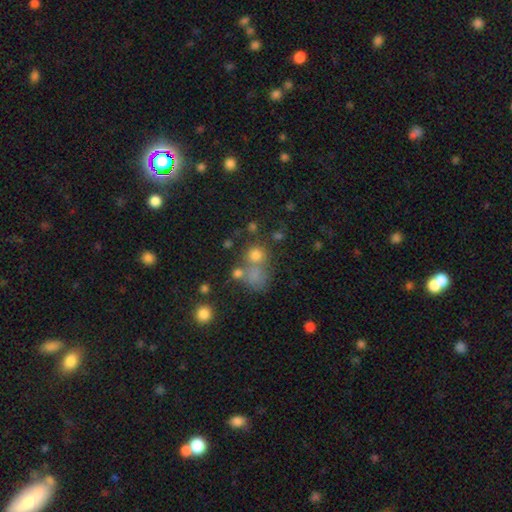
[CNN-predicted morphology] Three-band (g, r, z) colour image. It shows a smooth galaxy with no disk features (69%) that is round (82%). Merging: none (52%).